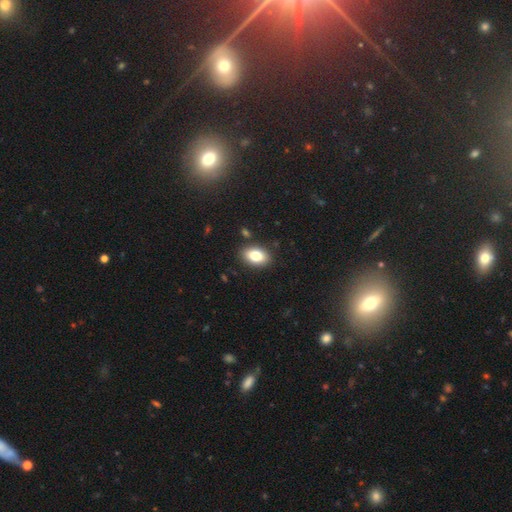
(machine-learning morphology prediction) The model was most divided on "smooth or featured": smooth: 81%, featured or disk: 10%, star or artifact: 9%. More confident: merging — none (87%); how rounded — in between (86%).